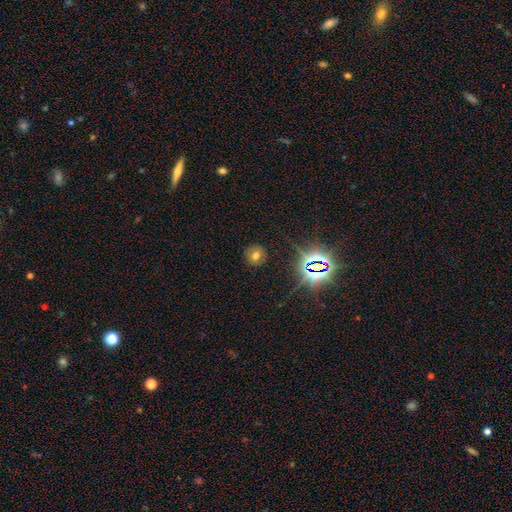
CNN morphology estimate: Smooth or featured? smooth (61%)
How rounded? round (85%)
Merging? none (87%)